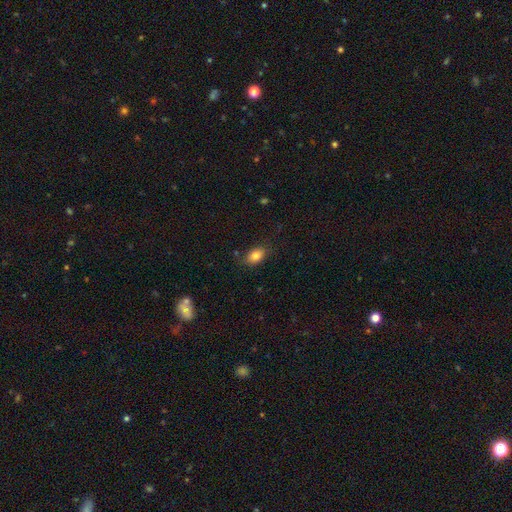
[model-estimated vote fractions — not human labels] This is clearly a smooth galaxy (83%). How rounded: clearly in between (85%). Merging: clearly none (81%).